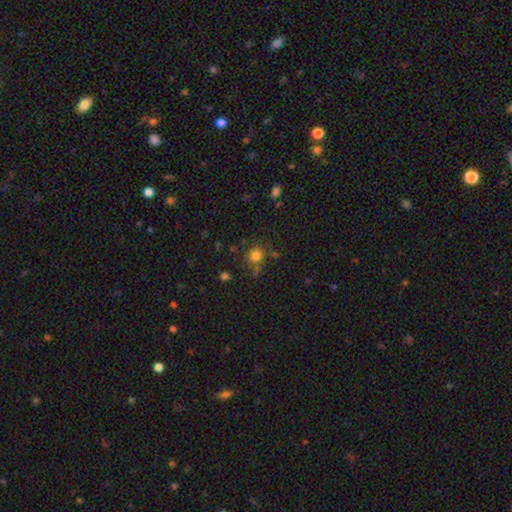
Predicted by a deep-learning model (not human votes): Smooth or featured? smooth (79%)
How rounded? round (89%)
Merging? none (73%)